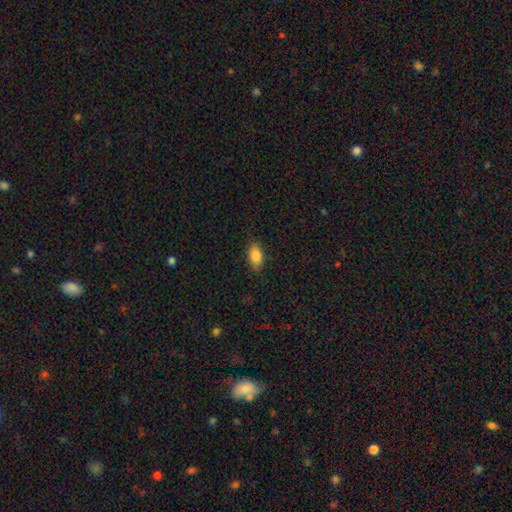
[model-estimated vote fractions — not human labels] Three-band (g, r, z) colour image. It shows a smooth galaxy with no disk features (85%) that is in between round and cigar-shaped (91%). Merging: none (85%).